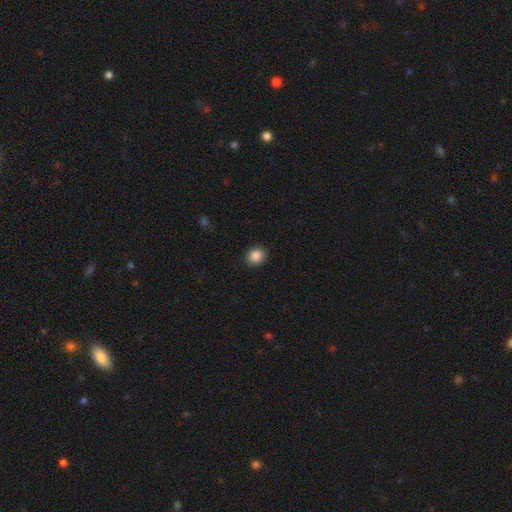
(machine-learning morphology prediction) Smooth or featured: smooth — 87% (star or artifact — 9%)
How rounded: round — 80% (in between — 19%)
Merging: none — 91% (minor disturbance — 6%)